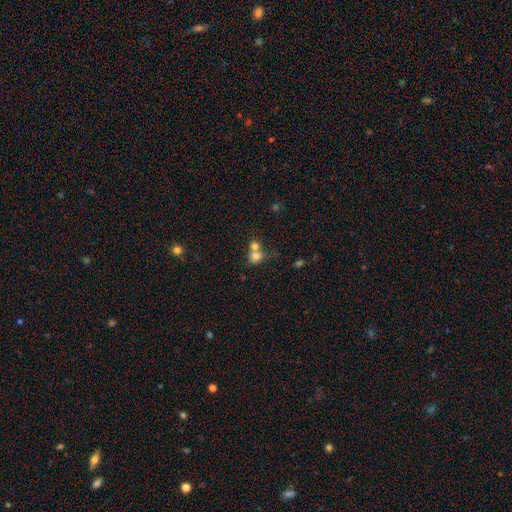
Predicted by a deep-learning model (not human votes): This appears to be a smooth galaxy with no disk features (75%) that is round (74%). Merging: merger (63%).